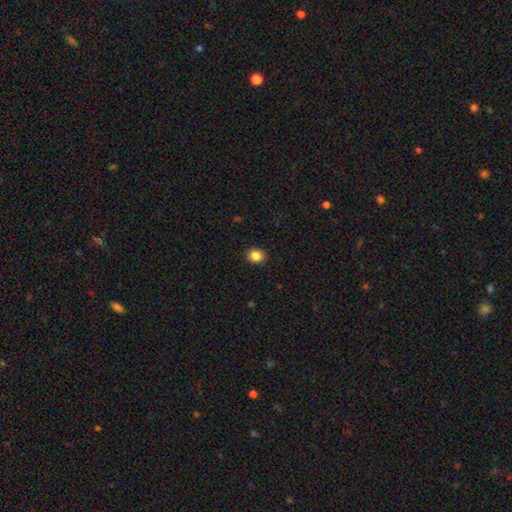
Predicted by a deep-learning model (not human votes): smooth-or-featured: smooth: 85% | star or artifact: 10% | featured or disk: 5%
  how-rounded: round: 77% | in between: 23% | cigar-shaped: 1%
  merging: none: 91% | minor disturbance: 6% | major disturbance: 2% | merger: 1%